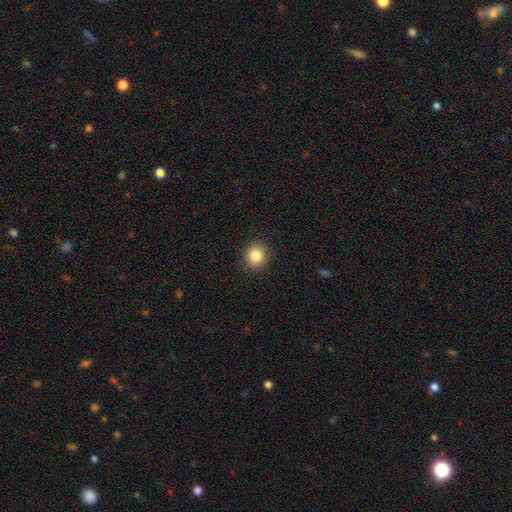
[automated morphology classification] Smooth or featured? smooth (84%)
How rounded? round (83%)
Merging? none (91%)